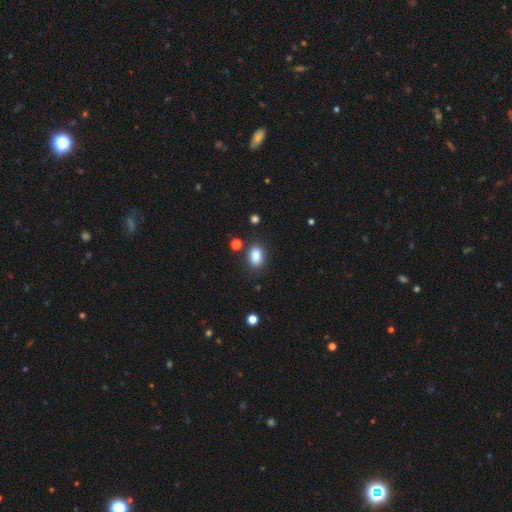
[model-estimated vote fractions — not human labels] Smooth or featured: smooth — 86% (star or artifact — 9%)
How rounded: in between — 82% (round — 17%)
Merging: none — 83% (minor disturbance — 10%)